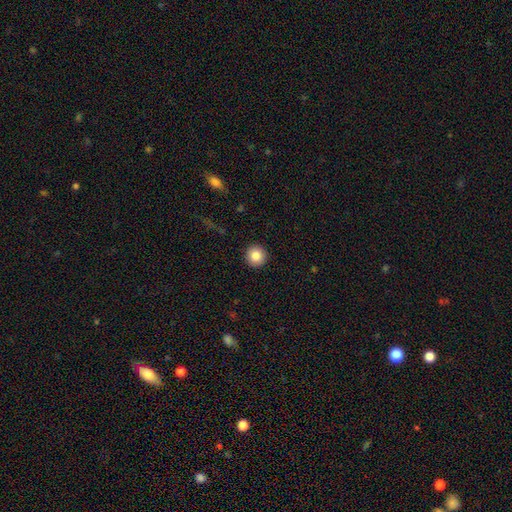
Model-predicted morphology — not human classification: smooth-or-featured: smooth: 86% | star or artifact: 9% | featured or disk: 5%
  how-rounded: round: 95% | in between: 4% | cigar-shaped: 1%
  merging: none: 93% | minor disturbance: 5% | major disturbance: 2% | merger: 1%